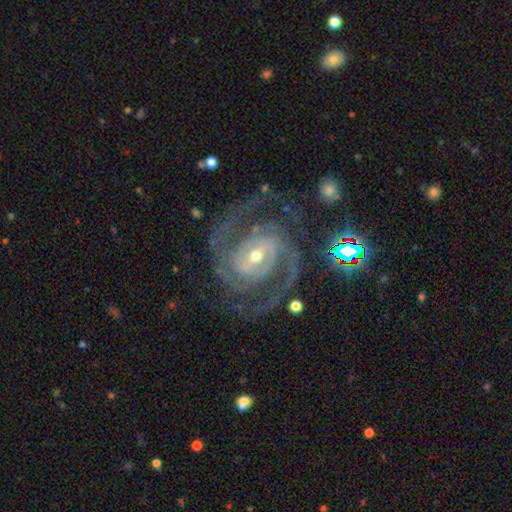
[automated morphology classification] This appears to be a featured or disk galaxy (92%) with a weak bar (43%), 2 (78%) medium (48%) spiral arms (98%) and a small central bulge (48%). Merging: none (74%).